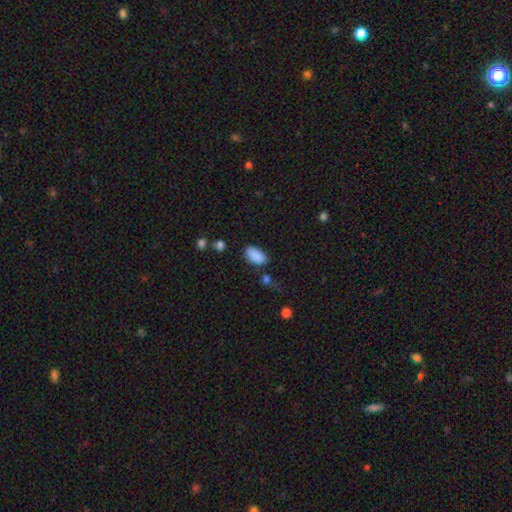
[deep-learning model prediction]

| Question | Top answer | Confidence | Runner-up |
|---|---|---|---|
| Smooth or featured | smooth | 88% | star or artifact (8%) |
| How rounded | in between | 94% | round (3%) |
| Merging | none | 74% | minor disturbance (18%) |